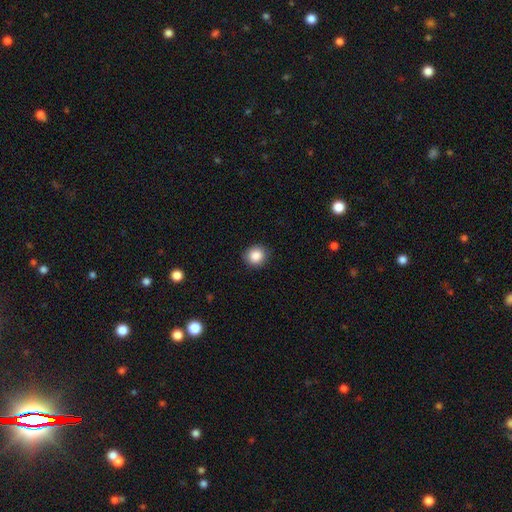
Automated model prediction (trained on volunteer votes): Smooth or featured? Predicted: smooth (p=0.87). How rounded? Predicted: round (p=0.86). Merging? Predicted: none (p=0.89).